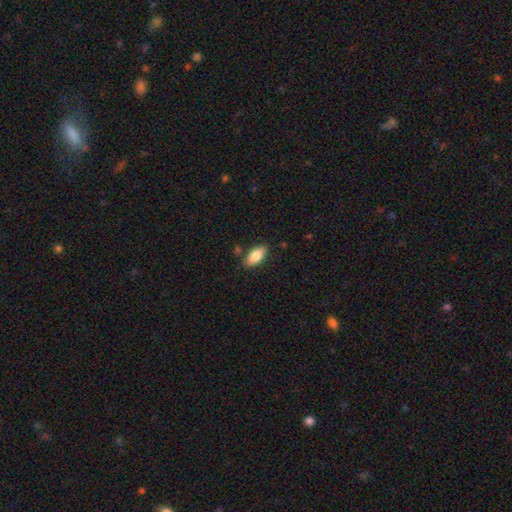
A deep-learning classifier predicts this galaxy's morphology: This appears to be a smooth galaxy with no disk features (85%) that is in between round and cigar-shaped (91%). Merging: none (83%).